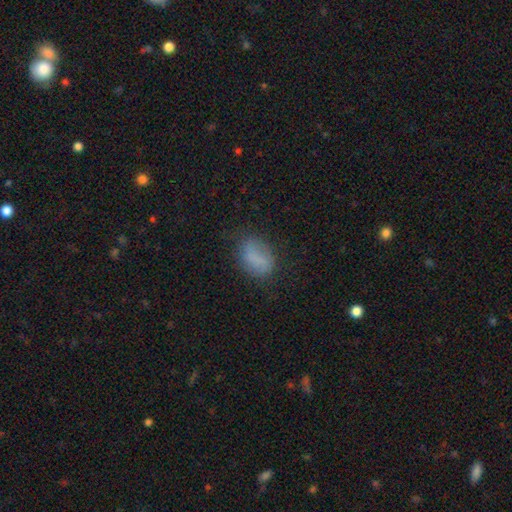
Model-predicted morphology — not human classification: Smooth or featured? smooth (77%)
How rounded? in between (82%)
Merging? none (69%)